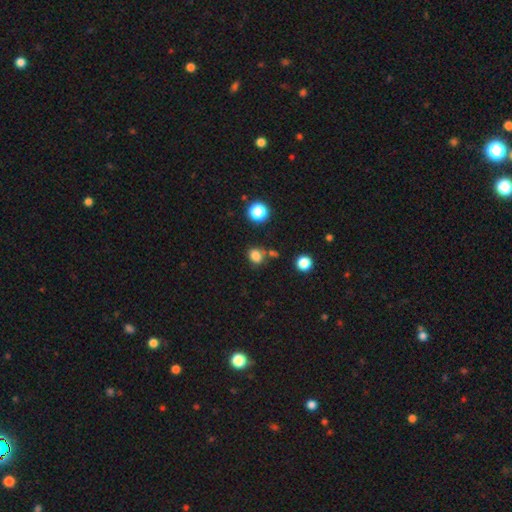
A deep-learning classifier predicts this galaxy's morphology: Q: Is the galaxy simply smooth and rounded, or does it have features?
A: smooth — 81%.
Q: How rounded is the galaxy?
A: round — 51%.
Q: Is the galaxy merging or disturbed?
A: none — 70%.